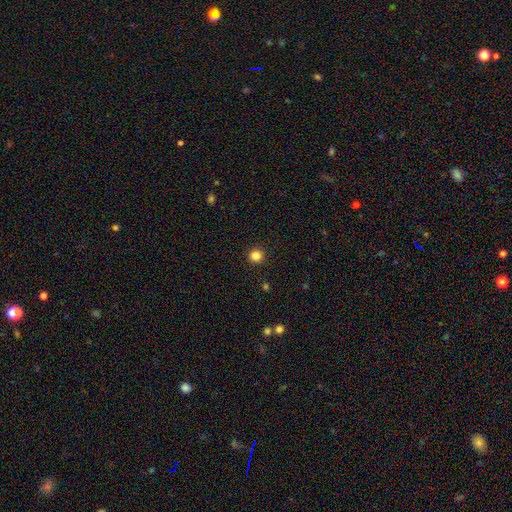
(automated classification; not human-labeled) Smooth or featured: smooth — 84% (star or artifact — 12%)
How rounded: round — 95% (in between — 4%)
Merging: none — 93% (minor disturbance — 5%)